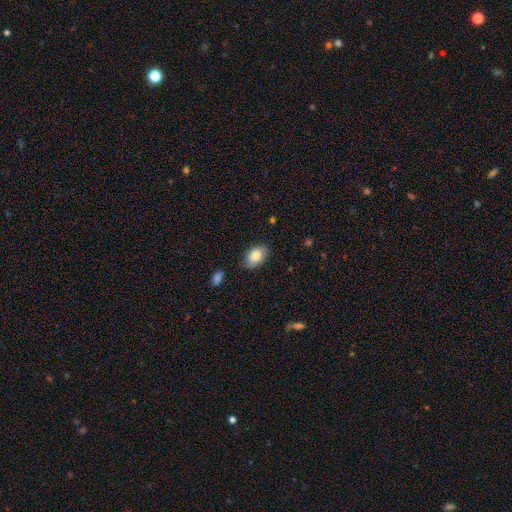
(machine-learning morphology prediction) Smooth or featured? smooth (82%)
How rounded? in between (87%)
Merging? none (75%)